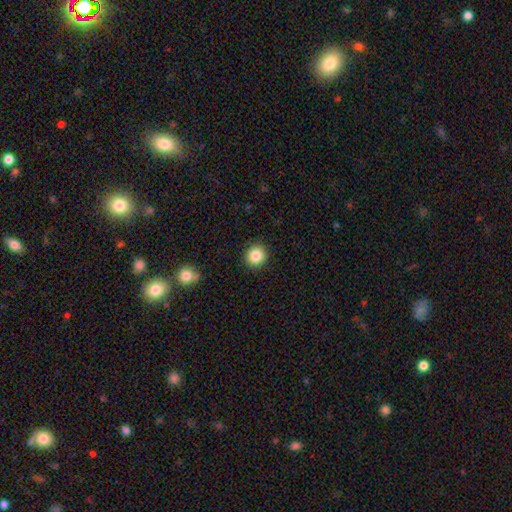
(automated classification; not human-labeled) A smooth galaxy with no disk features (85%) that is round (93%). Merging: none (91%).